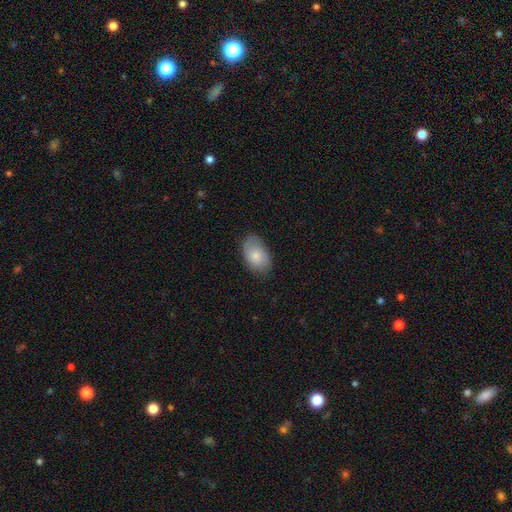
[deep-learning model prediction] This is likely a smooth galaxy (74%). How rounded: clearly in between (89%). Merging: likely none (73%).